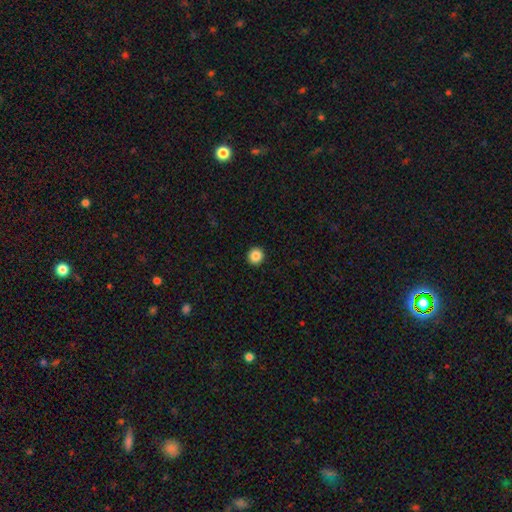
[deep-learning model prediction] Smooth or featured? smooth (87%)
How rounded? round (94%)
Merging? none (94%)